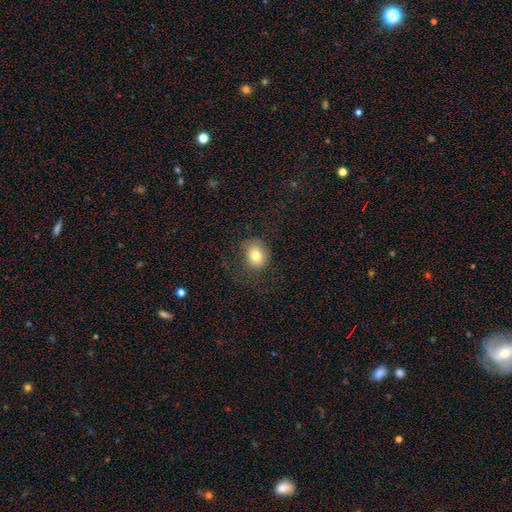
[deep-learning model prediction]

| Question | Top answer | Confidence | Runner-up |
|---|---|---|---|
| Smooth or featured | smooth | 79% | star or artifact (11%) |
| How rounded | round | 62% | in between (38%) |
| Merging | none | 72% | minor disturbance (17%) |